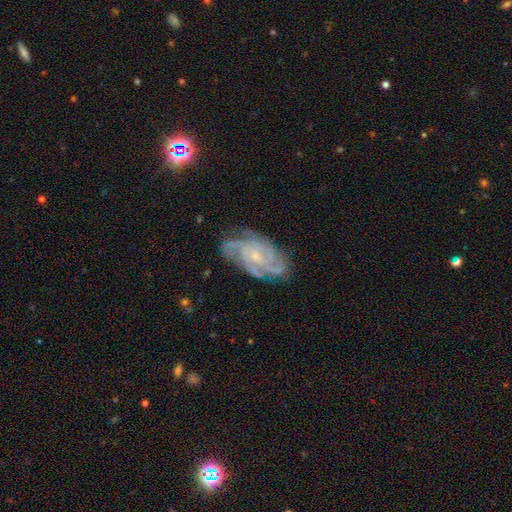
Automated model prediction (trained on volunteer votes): The model was most divided on "spiral arm count": 4: 36%, 3: 20%, can't tell: 19%, more than 4: 11%, 2: 8%, 1: 6%. More confident: spiral arms — yes (97%); edge-on disk — no (96%); smooth or featured — featured or disk (85%); merging — none (75%); bulge size — small (73%); bar — no (71%); spiral winding — tight (56%).